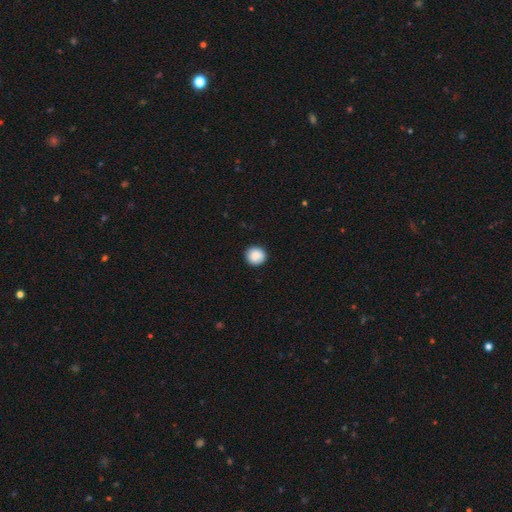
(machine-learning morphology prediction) A smooth galaxy with no disk features (89%) that is round (92%).

Vote fractions:
- Smooth or featured? smooth: 89% / star or artifact: 8% / featured or disk: 3%
- How rounded? round: 92% / in between: 7% / cigar-shaped: 1%
- Merging? none: 91% / minor disturbance: 7% / major disturbance: 2% / merger: 1%